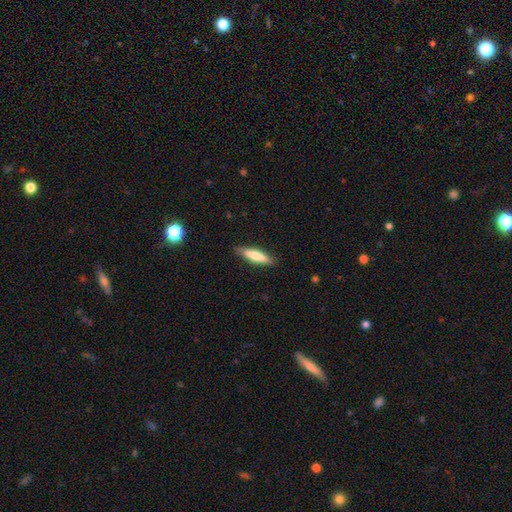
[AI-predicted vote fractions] A smooth galaxy with no disk features (71%) that is cigar-shaped (75%).

Vote fractions:
- Smooth or featured? smooth: 71% / featured or disk: 23% / star or artifact: 6%
- How rounded? cigar-shaped: 75% / in between: 24% / round: 1%
- Merging? none: 86% / minor disturbance: 11% / major disturbance: 2% / merger: 1%